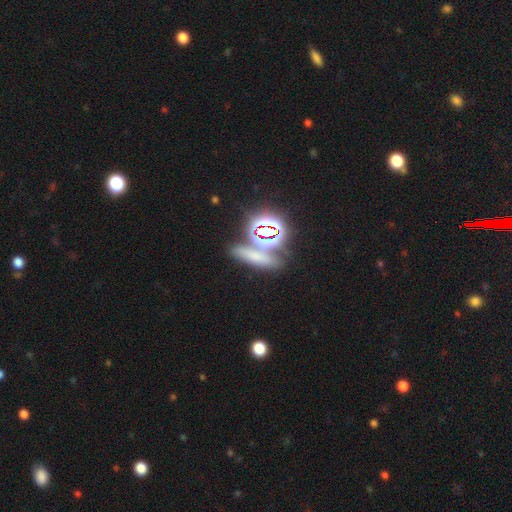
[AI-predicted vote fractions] The model was most divided on "smooth or featured": smooth: 48%, star or artifact: 37%, featured or disk: 14%. More confident: merging — none (67%).